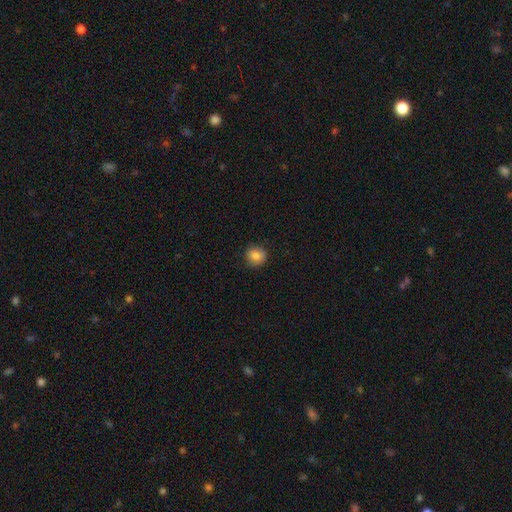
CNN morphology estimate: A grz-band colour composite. It shows a smooth galaxy with no disk features (84%) that is round (88%). Merging: none (88%).